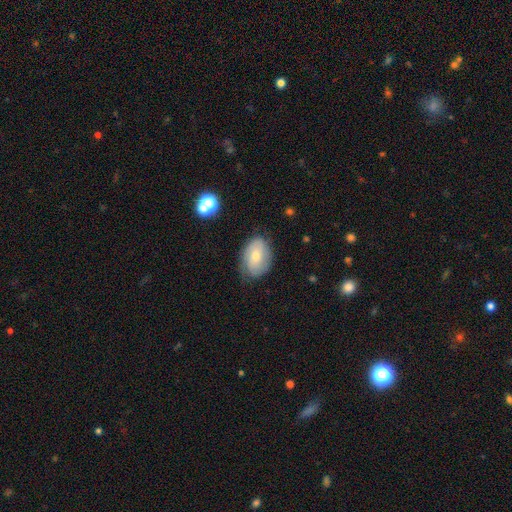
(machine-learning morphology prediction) A smooth galaxy with no disk features (57%) that is in between round and cigar-shaped (81%). Merging: none (68%).